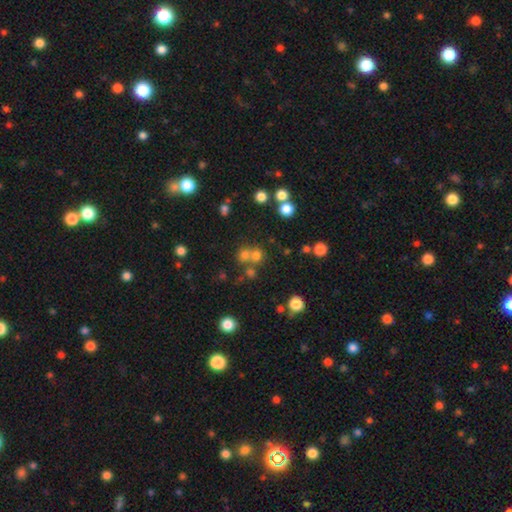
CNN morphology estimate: The model was most divided on "merging": none: 54%, merger: 35%, minor disturbance: 7%, major disturbance: 4%. More confident: how rounded — round (87%); smooth or featured — smooth (64%).